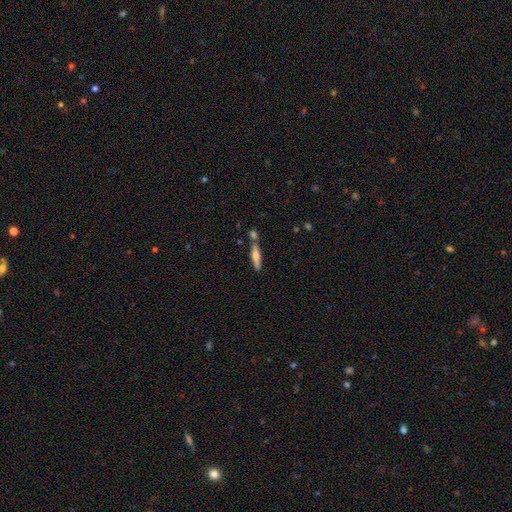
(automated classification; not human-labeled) Overall: smooth (51%; featured or disk 42%). How rounded: cigar-shaped (84%). Merging: none (66%).